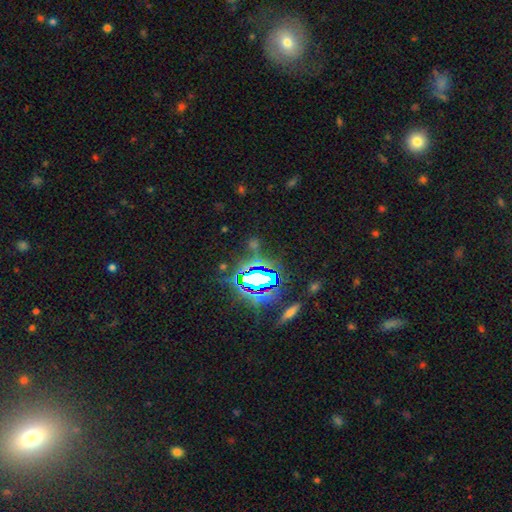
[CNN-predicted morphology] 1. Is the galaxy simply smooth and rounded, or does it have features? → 77% star or artifact, 14% smooth, 9% featured or disk.